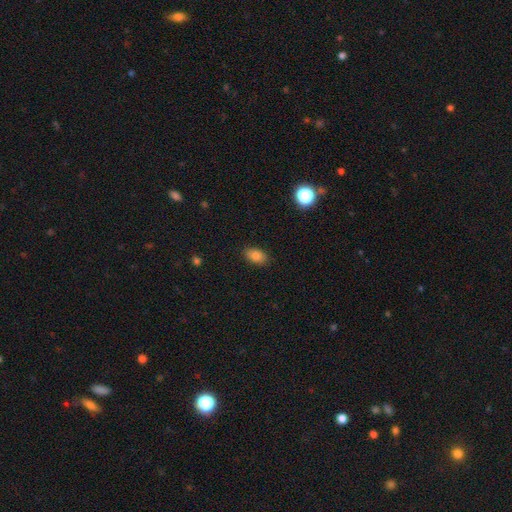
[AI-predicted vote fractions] Q: Smooth or featured?
A: smooth (81%); runner-up: star or artifact (10%)
Q: How rounded?
A: in between (89%); runner-up: round (9%)
Q: Merging?
A: none (87%); runner-up: minor disturbance (9%)